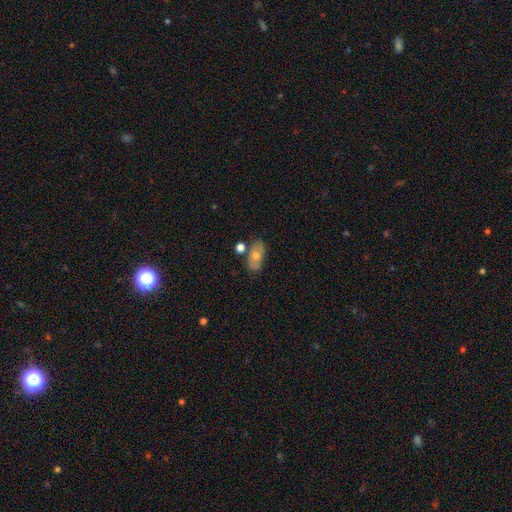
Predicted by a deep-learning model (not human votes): The model was most divided on "smooth or featured": smooth: 50%, featured or disk: 40%, star or artifact: 10%. More confident: how rounded — in between (87%); merging — none (68%).